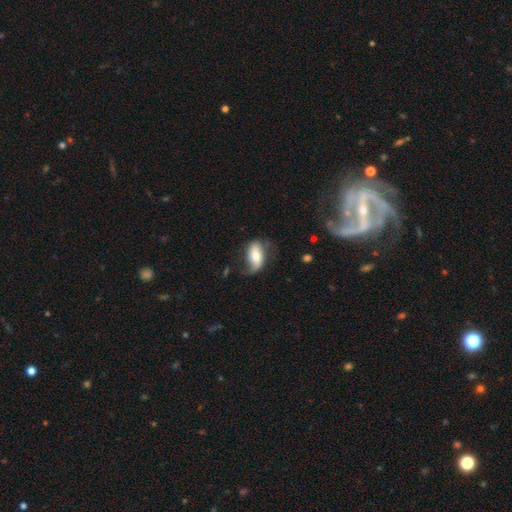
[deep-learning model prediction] This is possibly a smooth galaxy (52%). How rounded: clearly in between (90%). Merging: possibly none (48%).